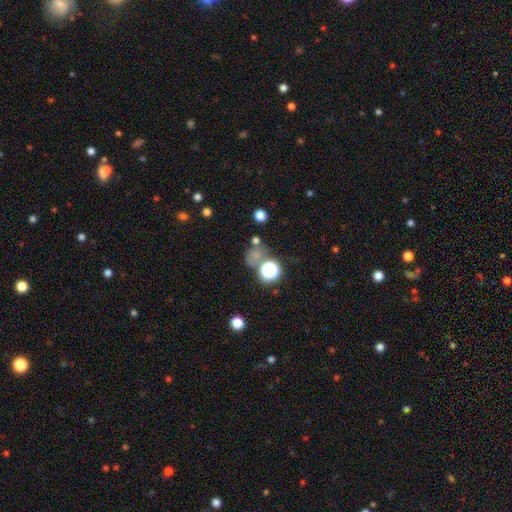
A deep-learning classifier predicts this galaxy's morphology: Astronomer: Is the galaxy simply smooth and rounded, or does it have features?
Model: smooth — 54% (runner-up: star or artifact, 34%).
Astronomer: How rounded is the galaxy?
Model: round — 74%.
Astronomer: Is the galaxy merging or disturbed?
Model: none — 54%.